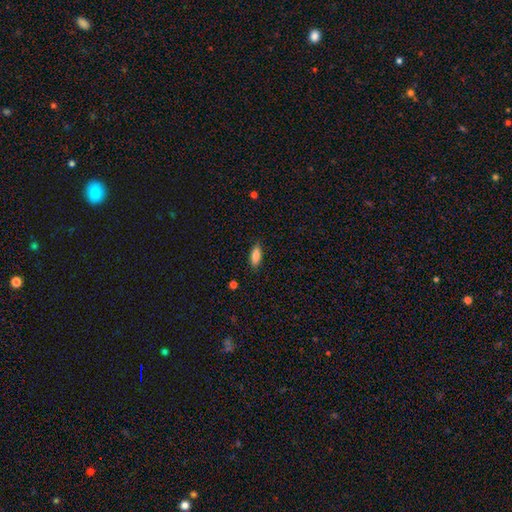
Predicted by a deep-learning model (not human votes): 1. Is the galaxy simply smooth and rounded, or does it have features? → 83% smooth, 10% featured or disk, 7% star or artifact.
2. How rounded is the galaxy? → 76% in between, 21% cigar-shaped, 2% round.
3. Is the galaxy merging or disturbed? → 86% none, 10% minor disturbance, 2% major disturbance, 1% merger.